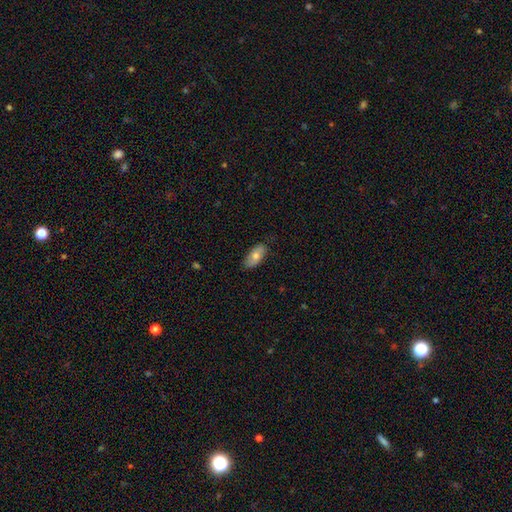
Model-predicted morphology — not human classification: This appears to be a smooth galaxy with no disk features (69%) that is in between round and cigar-shaped (89%). Merging: none (84%).